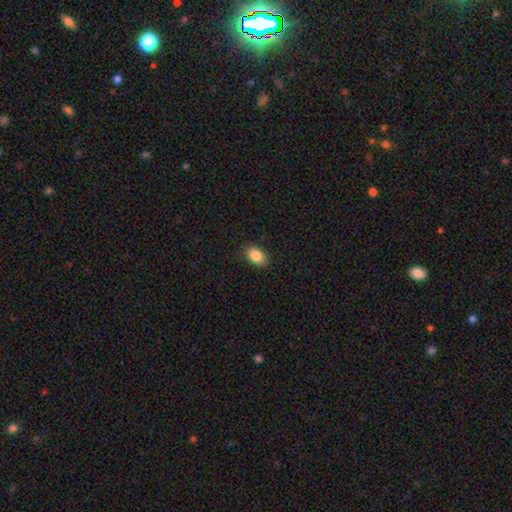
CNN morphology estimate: This appears to be a smooth galaxy with no disk features (85%) that is in between round and cigar-shaped (86%). Merging: none (87%).